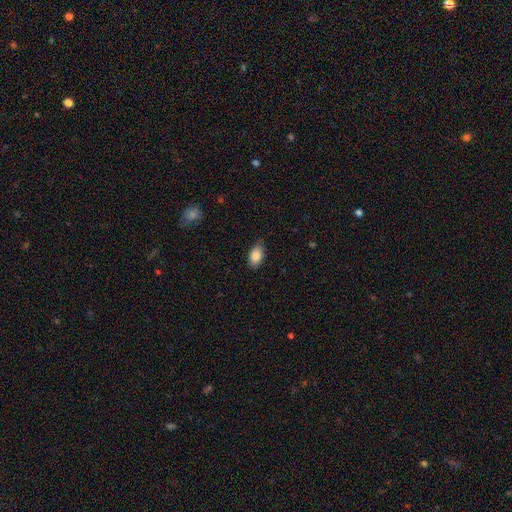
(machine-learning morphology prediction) Smooth or featured? Predicted: smooth (p=0.86). How rounded? Predicted: in between (p=0.92). Merging? Predicted: none (p=0.82).